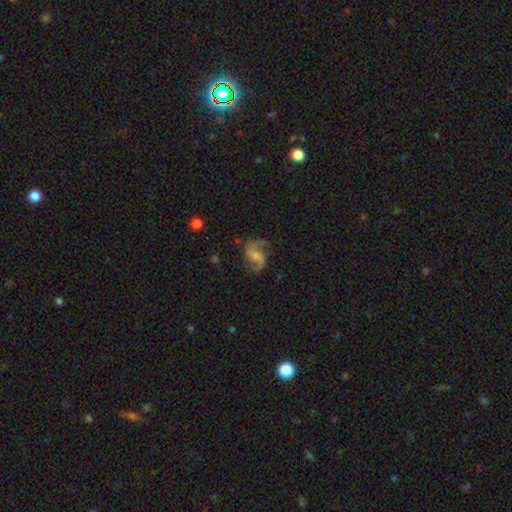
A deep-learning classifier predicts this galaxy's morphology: smooth_or_featured: featured or disk (p=0.79) [alt: smooth p=0.13]
disk_edge_on: no (p=0.97) [alt: yes p=0.03]
bar: weak (p=0.43) [alt: no p=0.42]
has_spiral_arms: yes (p=0.95) [alt: no p=0.05]
spiral_winding: loose (p=0.55) [alt: medium p=0.37]
spiral_arm_count: 2 (p=0.89) [alt: can't tell p=0.04]
bulge_size: small (p=0.52) [alt: moderate p=0.28]
merging: none (p=0.69) [alt: minor disturbance p=0.18]